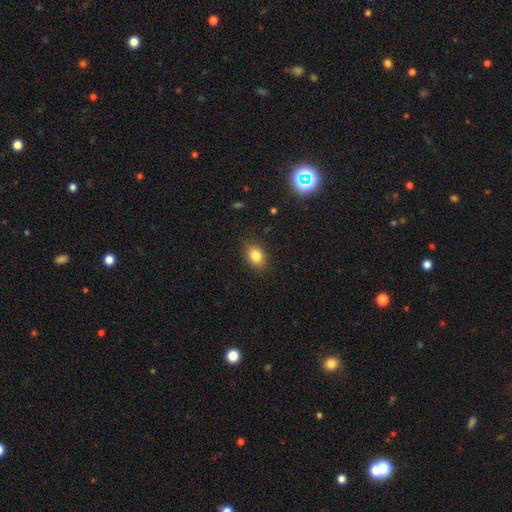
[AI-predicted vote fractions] Smooth or featured?
  - smooth: 83% *
  - star or artifact: 10%
  - featured or disk: 7%
How rounded?
  - in between: 72% *
  - round: 26%
  - cigar-shaped: 1%
Merging?
  - none: 86% *
  - minor disturbance: 11%
  - major disturbance: 3%
  - merger: 1%